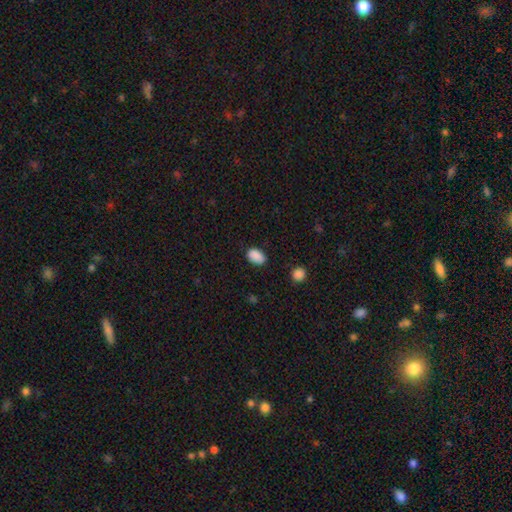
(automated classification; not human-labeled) This is clearly a smooth galaxy (89%). How rounded: clearly in between (86%). Merging: clearly none (82%).